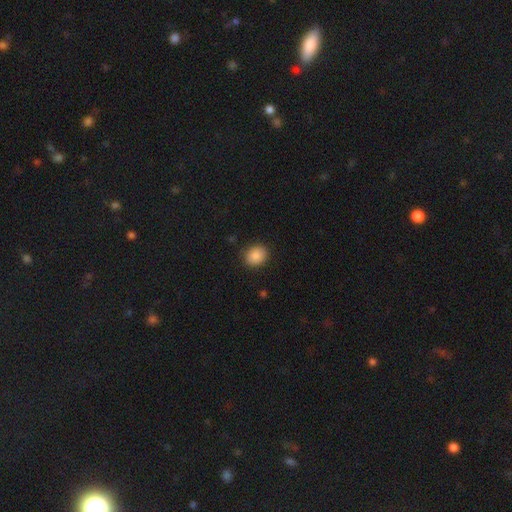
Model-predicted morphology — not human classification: A smooth galaxy with no disk features (88%) that is round (64%).

Vote fractions:
- Smooth or featured? smooth: 88% / star or artifact: 8% / featured or disk: 4%
- How rounded? round: 64% / in between: 35% / cigar-shaped: 1%
- Merging? none: 88% / minor disturbance: 9% / major disturbance: 2% / merger: 1%